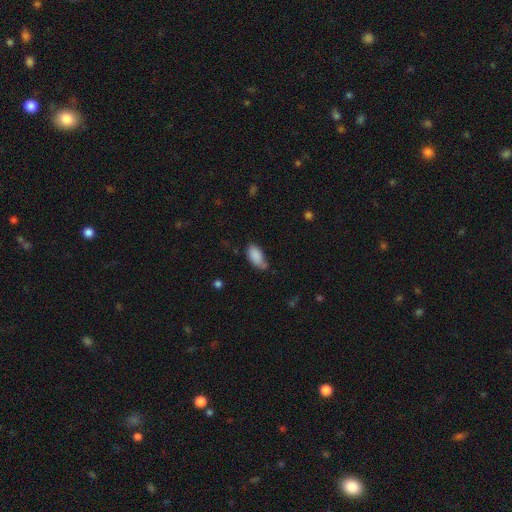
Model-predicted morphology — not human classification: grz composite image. It shows a smooth galaxy with no disk features (87%) that is in between round and cigar-shaped (93%). Merging: none (52%).